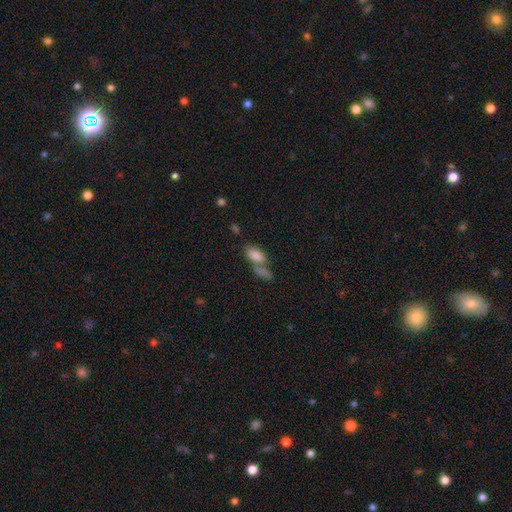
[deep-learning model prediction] A smooth galaxy with no disk features (81%) that is in between round and cigar-shaped (90%). Merging: merger (53%).